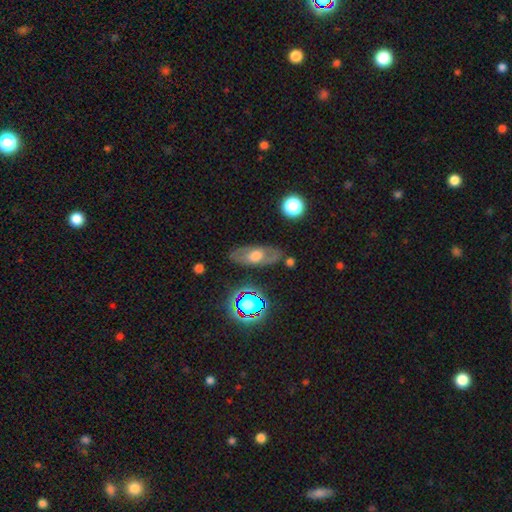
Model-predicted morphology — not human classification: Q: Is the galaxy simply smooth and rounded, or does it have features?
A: featured or disk — 49%.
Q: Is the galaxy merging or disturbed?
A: none — 77%.